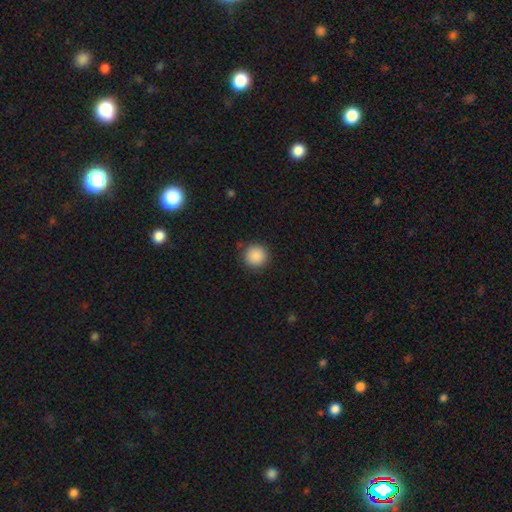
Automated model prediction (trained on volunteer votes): smooth_or_featured: smooth (p=0.88) [alt: star or artifact p=0.09]
how_rounded: round (p=0.95) [alt: in between p=0.04]
merging: none (p=0.89) [alt: minor disturbance p=0.07]